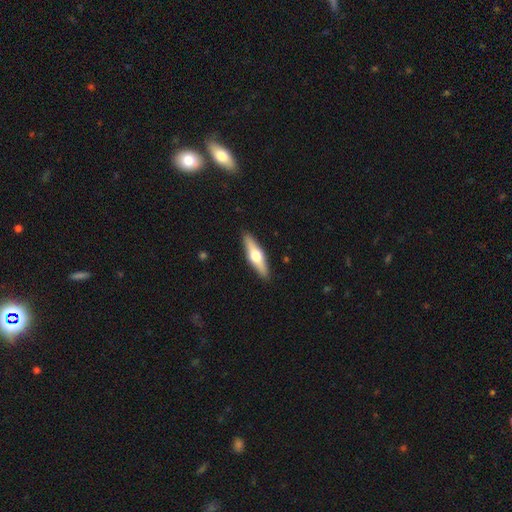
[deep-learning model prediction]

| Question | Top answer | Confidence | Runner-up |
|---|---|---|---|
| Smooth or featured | featured or disk | 54% | smooth (41%) |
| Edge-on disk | yes | 93% | no (7%) |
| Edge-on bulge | rounded | 95% | boxy (3%) |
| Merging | none | 90% | minor disturbance (7%) |